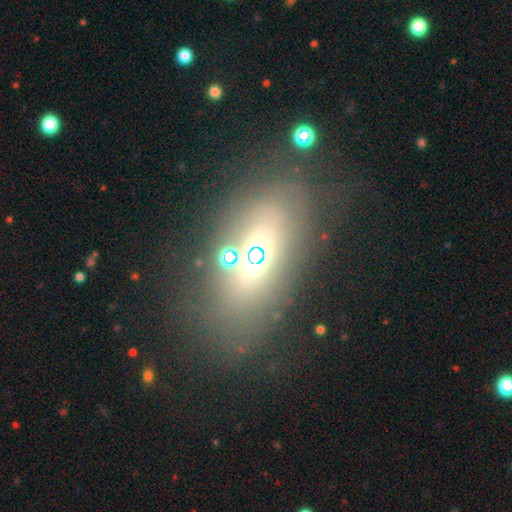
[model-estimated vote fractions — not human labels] This appears to be a smooth galaxy with no disk features (43%). Merging: none (73%).